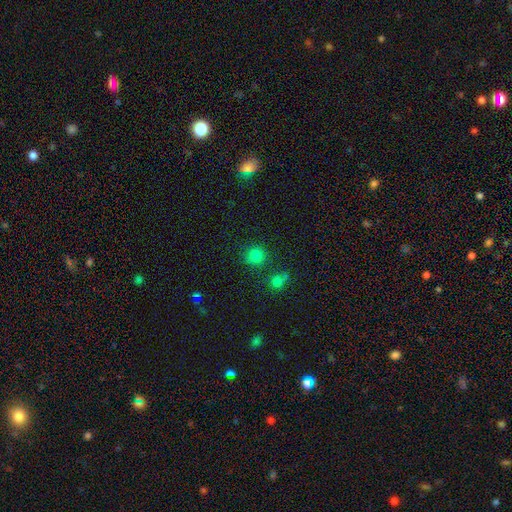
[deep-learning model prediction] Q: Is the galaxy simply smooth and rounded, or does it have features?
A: smooth — 81%.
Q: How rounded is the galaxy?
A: round — 90%.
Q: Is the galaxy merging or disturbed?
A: none — 75%.